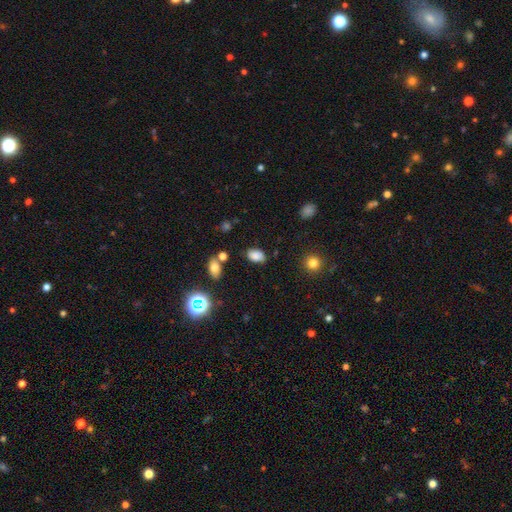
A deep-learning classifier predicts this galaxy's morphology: A smooth galaxy with no disk features (83%) that is in between round and cigar-shaped (89%). Merging: none (78%).